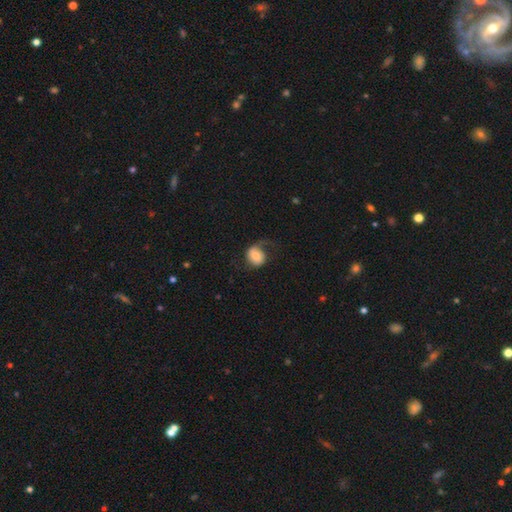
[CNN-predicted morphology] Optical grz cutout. It shows a smooth galaxy with no disk features (51%) that is round (62%). Merging: none (45%).